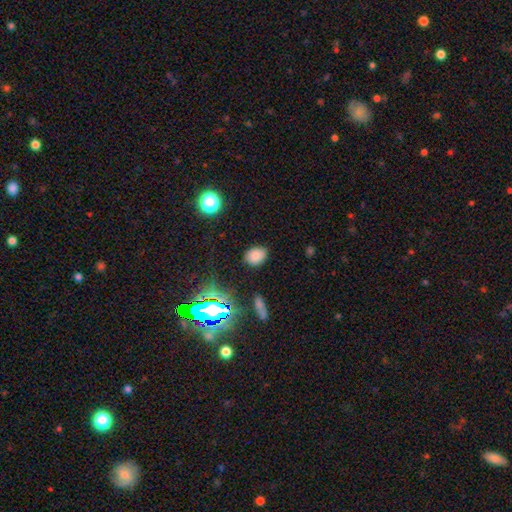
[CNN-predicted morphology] Q: Smooth or featured?
A: smooth (77%); runner-up: star or artifact (16%)
Q: How rounded?
A: in between (60%); runner-up: round (39%)
Q: Merging?
A: none (83%); runner-up: minor disturbance (12%)